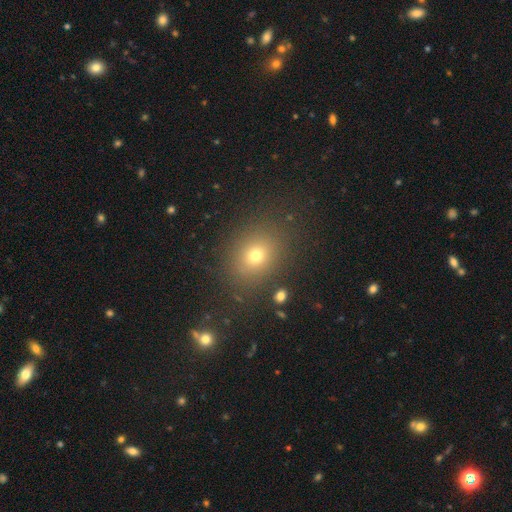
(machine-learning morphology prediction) This is likely a smooth galaxy (70%). How rounded: possibly round (56%). Merging: clearly none (84%).